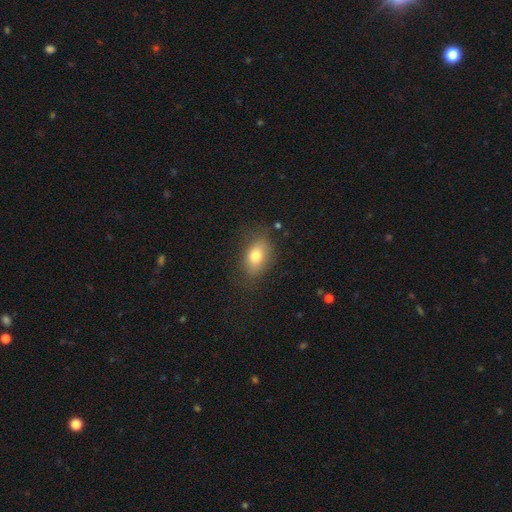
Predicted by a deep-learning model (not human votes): smooth-or-featured: smooth: 78% | featured or disk: 13% | star or artifact: 9%
  how-rounded: in between: 83% | round: 15% | cigar-shaped: 2%
  merging: none: 77% | minor disturbance: 17% | major disturbance: 5% | merger: 1%